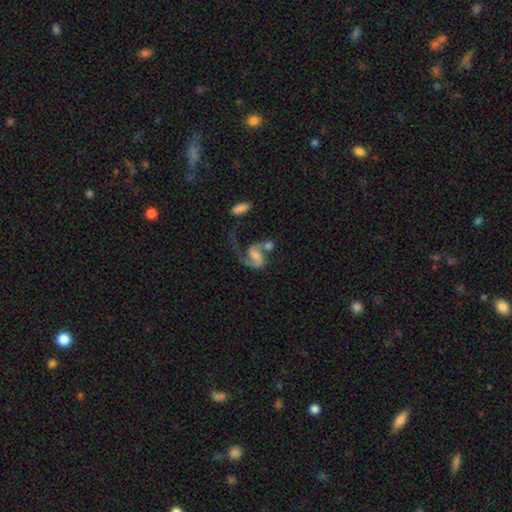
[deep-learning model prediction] featured or disk 80%, smooth 13%, star or artifact 7%. Down the decision tree: edge-on disk — no (98%); bar — no (45%); spiral arms — yes (94%); spiral arm count — 2 (67%); spiral winding — loose (46%); bulge size — small (30%, tied with moderate); merging — merger (30%).